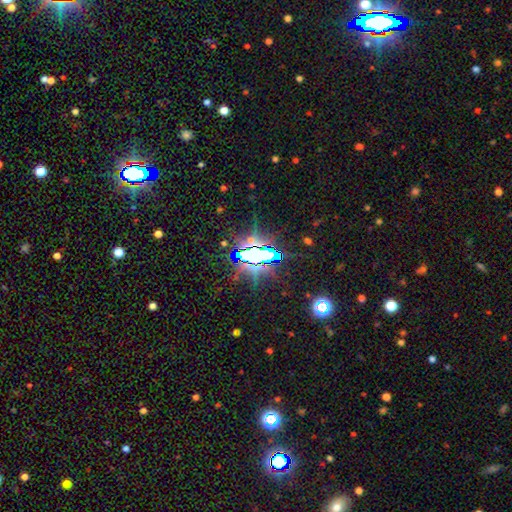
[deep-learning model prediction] The model was most divided on "smooth or featured": star or artifact: 75%, smooth: 13%, featured or disk: 12%.